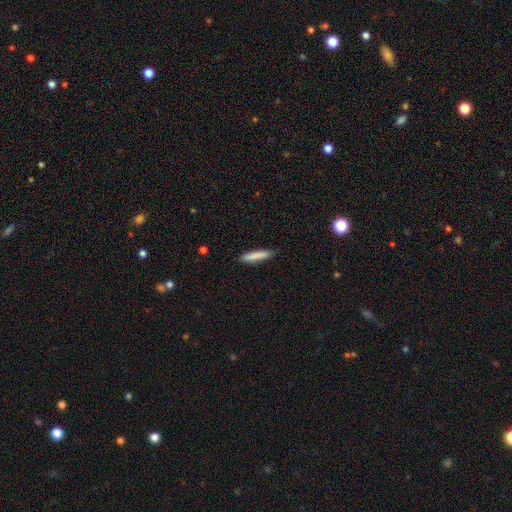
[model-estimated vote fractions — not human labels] The model was most divided on "smooth or featured": smooth: 84%, featured or disk: 10%, star or artifact: 6%. More confident: how rounded — cigar-shaped (90%); merging — none (89%).